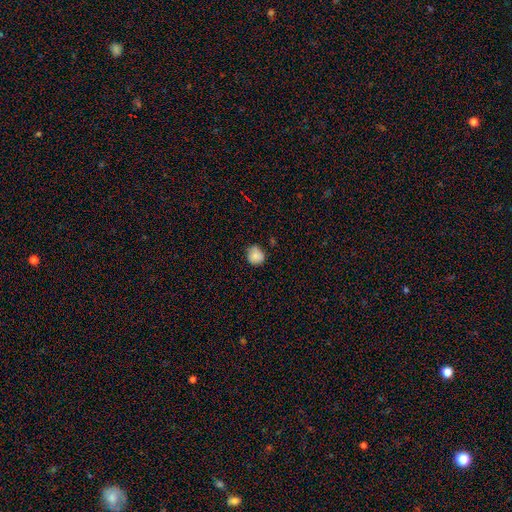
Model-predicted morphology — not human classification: This appears to be a smooth galaxy with no disk features (84%) that is round (84%). Merging: none (71%).